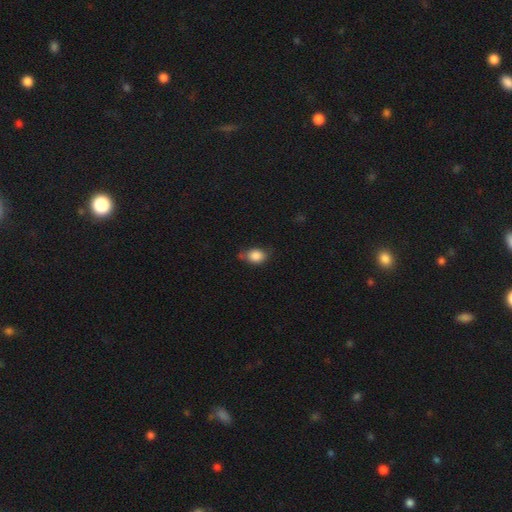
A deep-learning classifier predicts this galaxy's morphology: The model was most divided on "how rounded": in between: 66%, round: 33%, cigar-shaped: 1%. More confident: smooth or featured — smooth (86%); merging — none (63%).